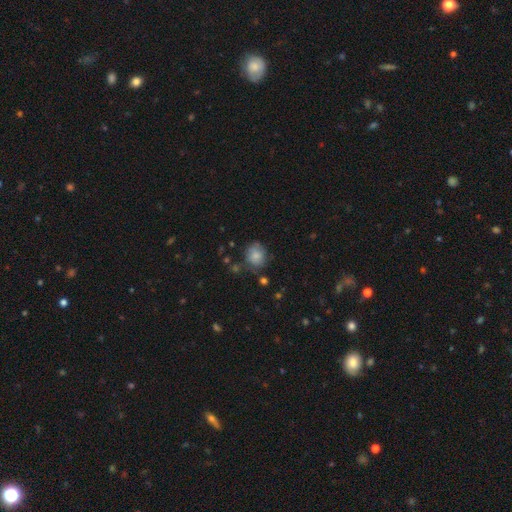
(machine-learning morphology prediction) smooth-or-featured: smooth: 77% | featured or disk: 14% | star or artifact: 9%
  how-rounded: round: 67% | in between: 32% | cigar-shaped: 1%
  merging: none: 61% | minor disturbance: 25% | major disturbance: 8% | merger: 5%